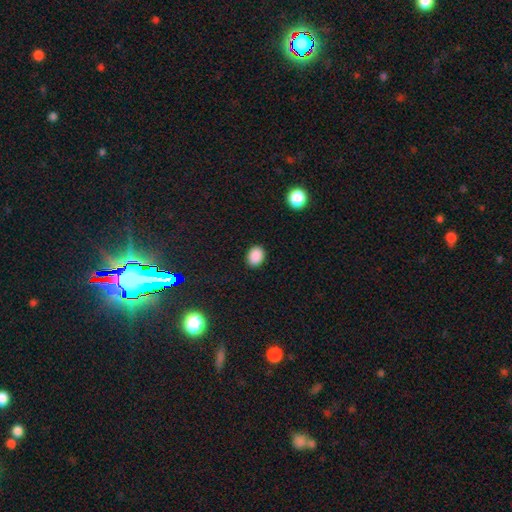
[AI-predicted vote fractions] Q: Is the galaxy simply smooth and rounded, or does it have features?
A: smooth — 88%.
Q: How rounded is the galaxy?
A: in between — 60%.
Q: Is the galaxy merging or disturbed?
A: none — 89%.